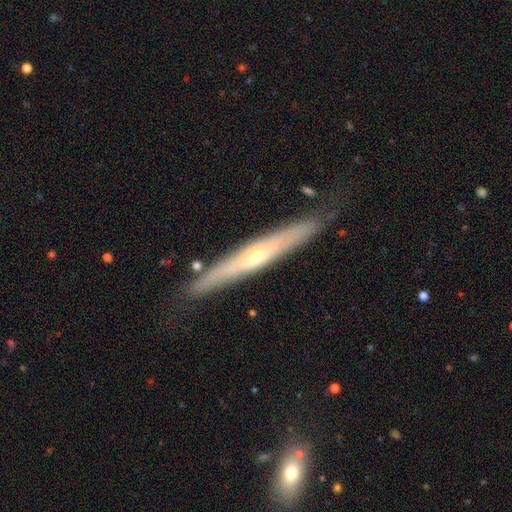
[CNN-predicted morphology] This appears to be a featured or disk galaxy (68%) viewed edge-on (86%) with a rounded central bulge (70%). Merging: none (80%).